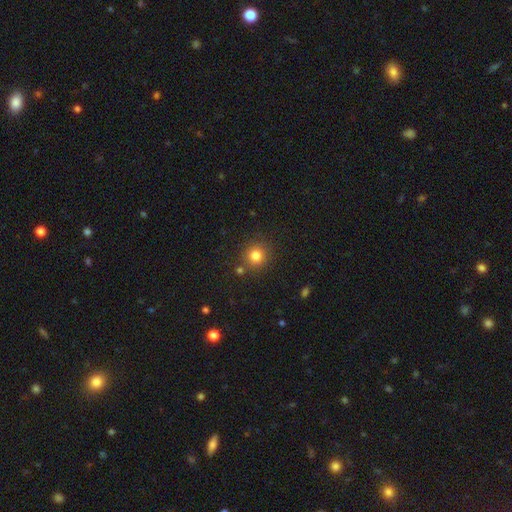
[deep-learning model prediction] Q: Smooth or featured?
A: smooth (81%); runner-up: star or artifact (13%)
Q: How rounded?
A: round (91%); runner-up: in between (8%)
Q: Merging?
A: none (83%); runner-up: minor disturbance (8%)